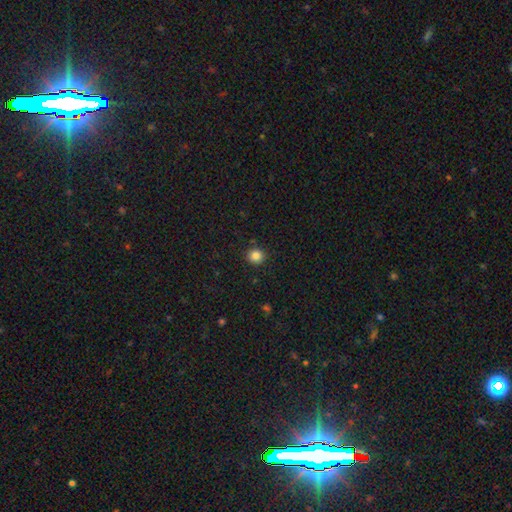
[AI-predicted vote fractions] Morphology: type=smooth (85%); roundness=round (88%); merging=none (90%).